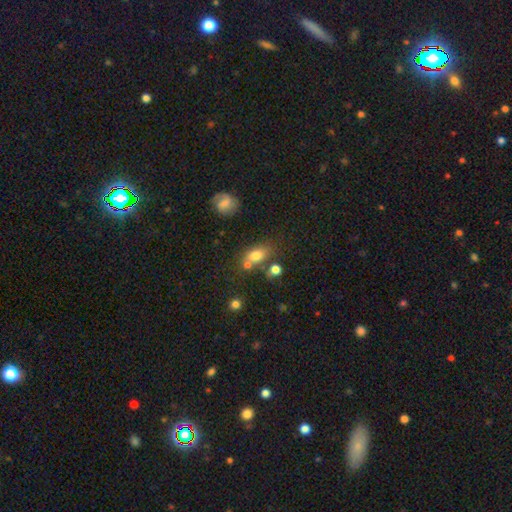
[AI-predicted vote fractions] smooth_or_featured: smooth (p=0.75) [alt: featured or disk p=0.13]
how_rounded: in between (p=0.76) [alt: round p=0.19]
merging: none (p=0.54) [alt: merger p=0.25]